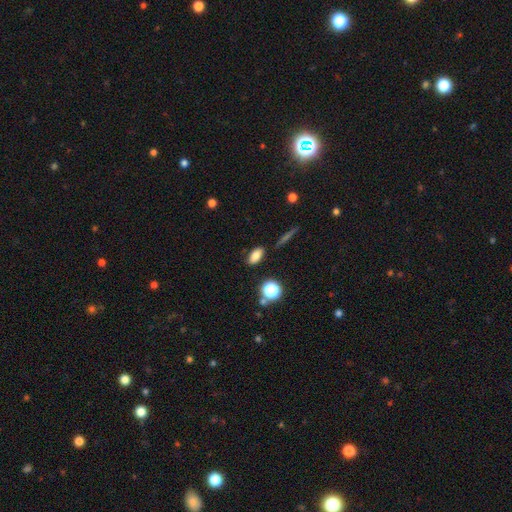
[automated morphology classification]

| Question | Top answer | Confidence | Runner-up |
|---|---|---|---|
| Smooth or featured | smooth | 80% | star or artifact (12%) |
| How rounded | in between | 84% | round (10%) |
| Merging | none | 84% | minor disturbance (10%) |